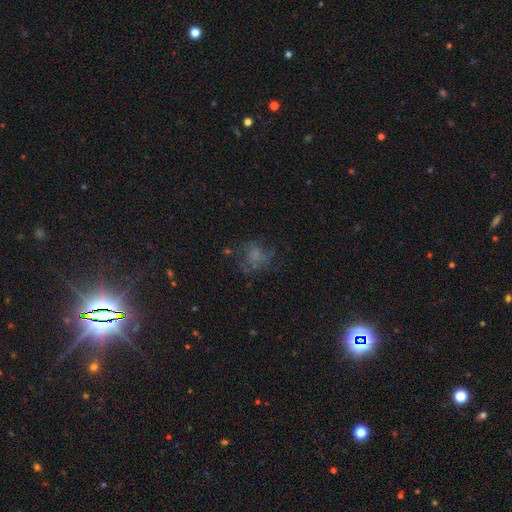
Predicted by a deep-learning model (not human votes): The model was most divided on "smooth or featured" (2-way tie): smooth: 40%, featured or disk: 40%, star or artifact: 20%. More confident: merging — none (51%).